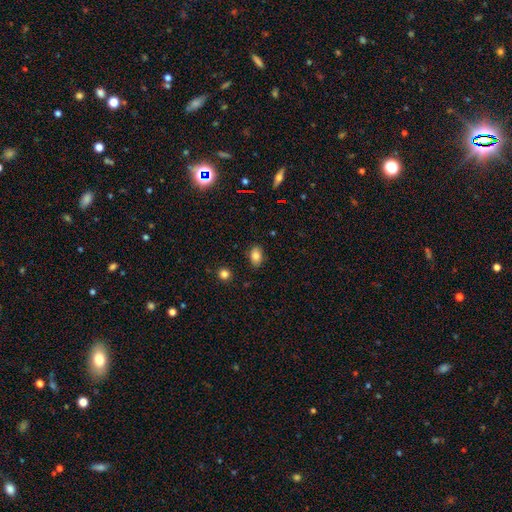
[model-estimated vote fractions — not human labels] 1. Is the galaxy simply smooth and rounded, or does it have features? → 84% smooth, 10% star or artifact, 6% featured or disk.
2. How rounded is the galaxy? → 85% in between, 13% round, 2% cigar-shaped.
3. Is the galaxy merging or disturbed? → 85% none, 11% minor disturbance, 2% major disturbance, 2% merger.